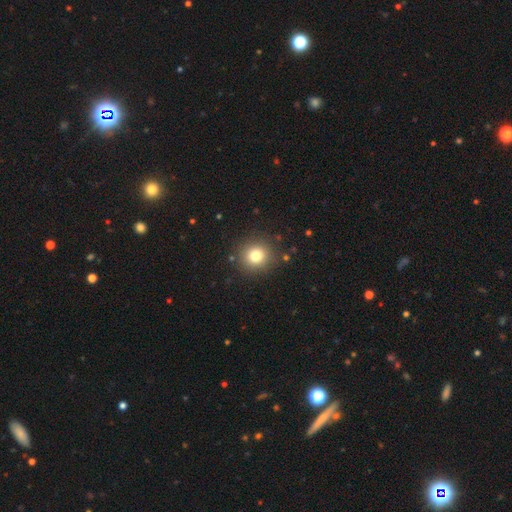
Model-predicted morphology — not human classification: smooth 79%, star or artifact 13%, featured or disk 8%. Down the decision tree: how rounded — round (90%); merging — none (88%).